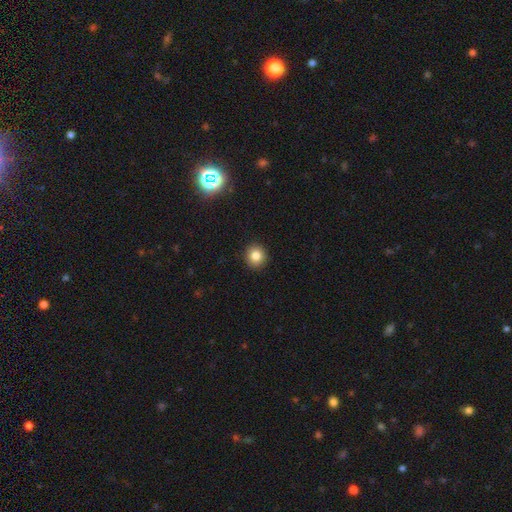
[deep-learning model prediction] smooth-or-featured: smooth: 83% | star or artifact: 11% | featured or disk: 6%
  how-rounded: round: 89% | in between: 10% | cigar-shaped: 1%
  merging: none: 92% | minor disturbance: 5% | major disturbance: 2% | merger: 1%